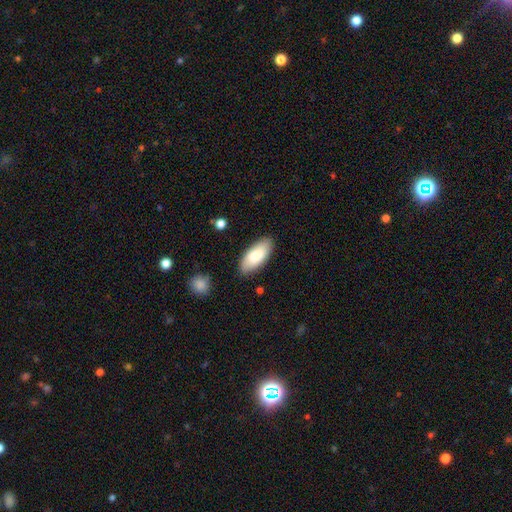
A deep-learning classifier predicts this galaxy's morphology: smooth 84%, featured or disk 10%, star or artifact 5%. Down the decision tree: how rounded — in between (88%); merging — none (86%).